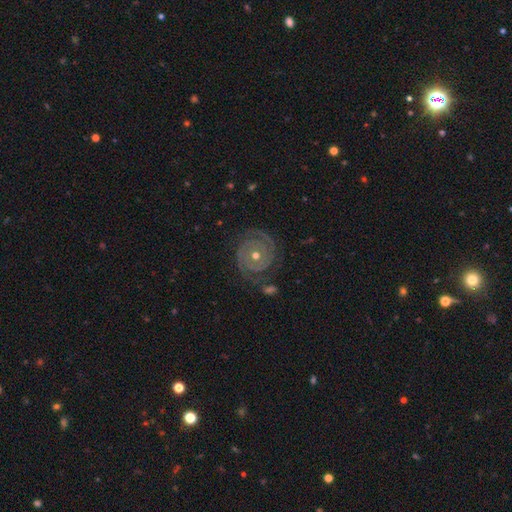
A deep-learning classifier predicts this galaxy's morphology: smooth_or_featured: featured or disk (p=0.89) [alt: star or artifact p=0.06]
disk_edge_on: no (p=0.98) [alt: yes p=0.02]
bar: no (p=0.80) [alt: weak p=0.14]
has_spiral_arms: yes (p=0.97) [alt: no p=0.03]
spiral_winding: tight (p=0.82) [alt: medium p=0.15]
spiral_arm_count: 2 (p=0.78) [alt: 3 p=0.07]
bulge_size: moderate (p=0.63) [alt: small p=0.34]
merging: none (p=0.80) [alt: minor disturbance p=0.12]